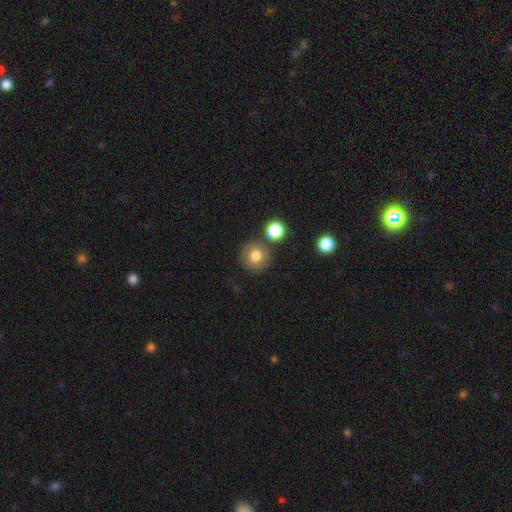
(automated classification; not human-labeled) Morphology: type=smooth (78%); roundness=round (93%); merging=none (81%).